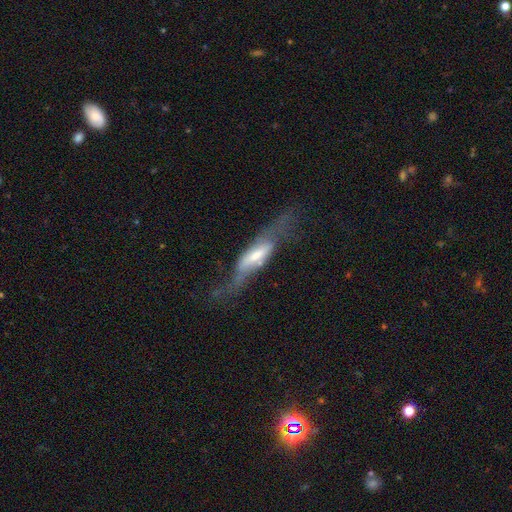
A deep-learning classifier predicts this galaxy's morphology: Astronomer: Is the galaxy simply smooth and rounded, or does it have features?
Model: featured or disk — 67%.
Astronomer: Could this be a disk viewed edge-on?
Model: no — 54% (runner-up: yes, 46%).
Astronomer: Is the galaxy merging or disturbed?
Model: none — 40% (runner-up: major disturbance, 33%).